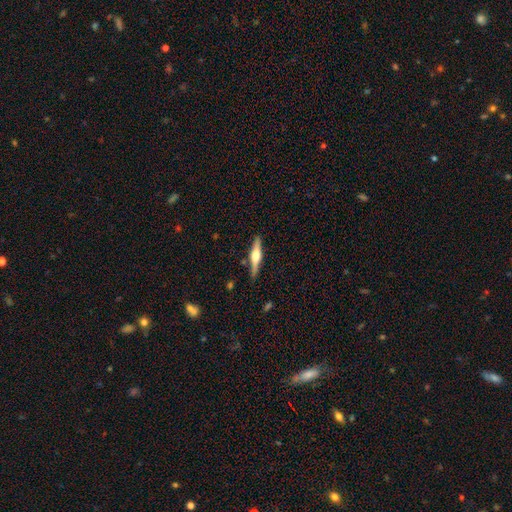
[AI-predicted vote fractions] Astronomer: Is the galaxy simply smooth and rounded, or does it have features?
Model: featured or disk — 68%.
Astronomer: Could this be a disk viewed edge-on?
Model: yes — 97%.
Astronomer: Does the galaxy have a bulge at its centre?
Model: rounded — 88%.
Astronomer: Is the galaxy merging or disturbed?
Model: none — 87%.